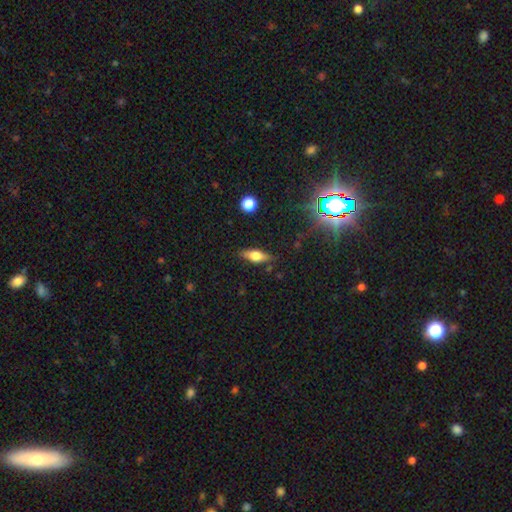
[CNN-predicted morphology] Q: Smooth or featured?
A: smooth (47%); runner-up: featured or disk (43%)
Q: Merging?
A: none (83%); runner-up: minor disturbance (12%)